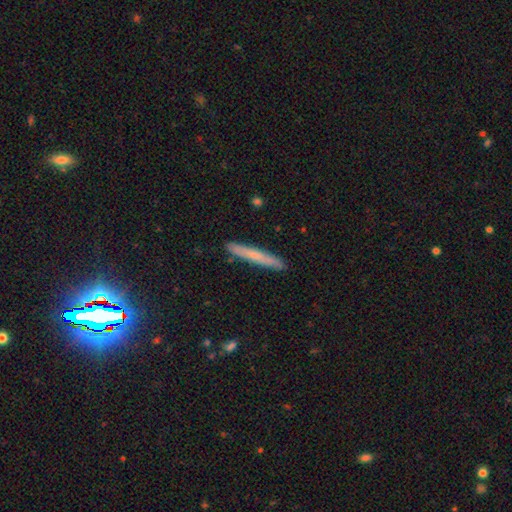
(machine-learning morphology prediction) smooth 67%, featured or disk 27%, star or artifact 6%. Down the decision tree: how rounded — cigar-shaped (96%); merging — none (90%).